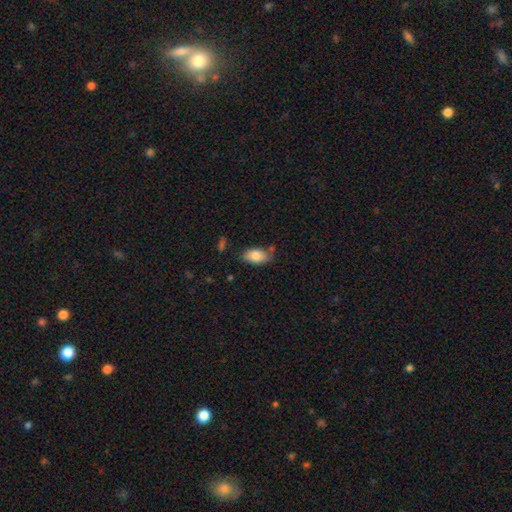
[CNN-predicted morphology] Q: Smooth or featured?
A: smooth (83%); runner-up: featured or disk (10%)
Q: How rounded?
A: in between (93%); runner-up: round (4%)
Q: Merging?
A: none (72%); runner-up: minor disturbance (19%)